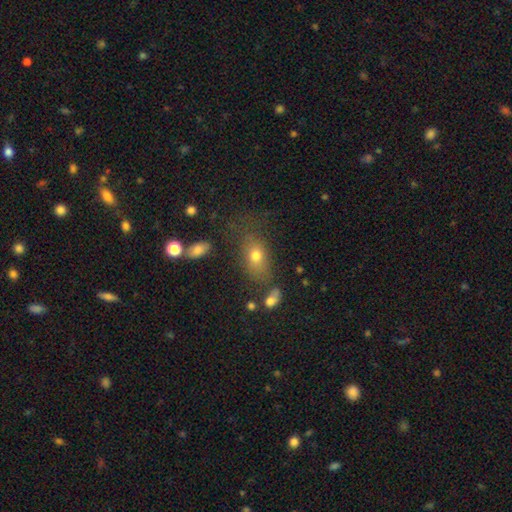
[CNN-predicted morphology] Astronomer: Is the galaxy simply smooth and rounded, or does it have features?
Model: smooth — 71%.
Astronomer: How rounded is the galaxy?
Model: in between — 79%.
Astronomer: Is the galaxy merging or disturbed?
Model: none — 55%.